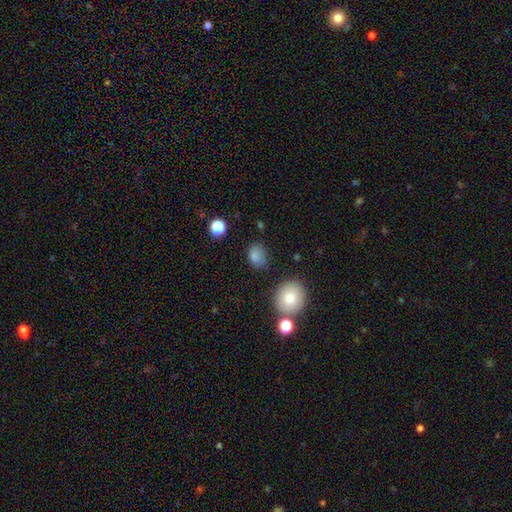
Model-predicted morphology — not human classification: A smooth galaxy with no disk features (82%) that is in between round and cigar-shaped (61%). Merging: none (63%).